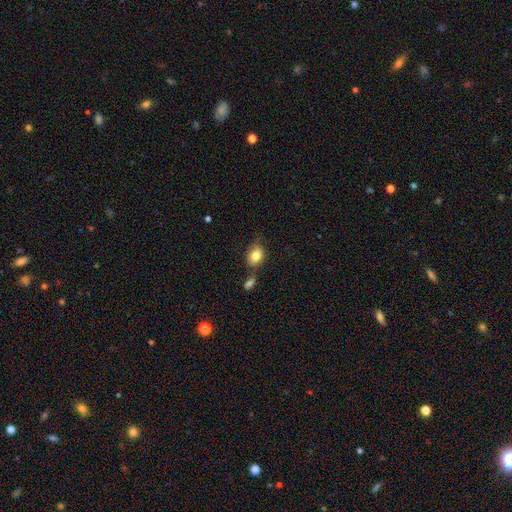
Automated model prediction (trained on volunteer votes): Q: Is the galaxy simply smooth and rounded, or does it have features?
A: smooth — 81%.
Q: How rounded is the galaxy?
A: in between — 67%.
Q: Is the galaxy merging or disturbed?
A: none — 63%.